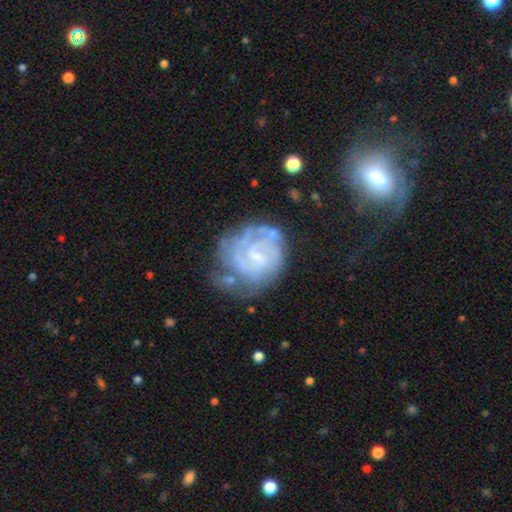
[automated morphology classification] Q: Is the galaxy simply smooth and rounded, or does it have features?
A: featured or disk — 80%.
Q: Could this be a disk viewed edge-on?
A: no — 98%.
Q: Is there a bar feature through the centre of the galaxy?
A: weak — 48%.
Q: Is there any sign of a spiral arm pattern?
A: yes — 90%.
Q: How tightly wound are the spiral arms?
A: tight — 66%.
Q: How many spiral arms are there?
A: can't tell — 36%.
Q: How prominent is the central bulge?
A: small — 55%.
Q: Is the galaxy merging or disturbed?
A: none — 52%.